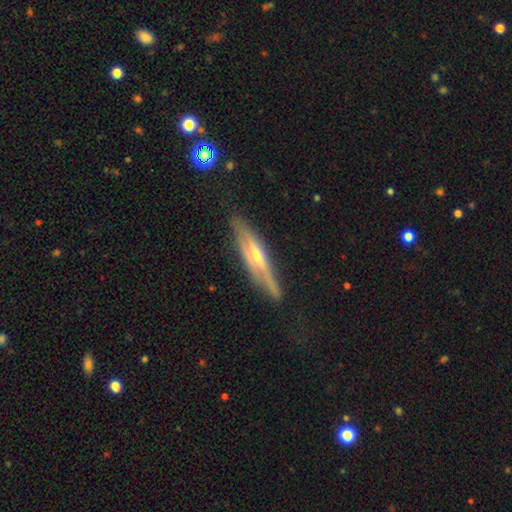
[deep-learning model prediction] Smooth or featured? featured or disk (69%)
Edge-on disk? yes (92%)
Edge-on bulge? rounded (73%)
Merging? none (82%)